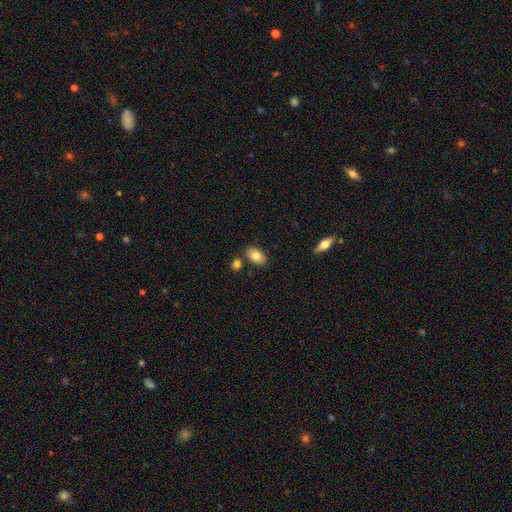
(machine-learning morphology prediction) Overall: smooth (80%). How rounded: in between (91%). Merging: none (80%).